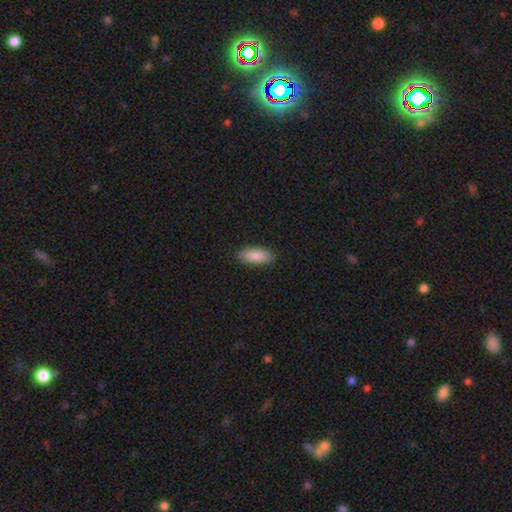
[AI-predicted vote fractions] Smooth or featured? smooth (87%)
How rounded? in between (79%)
Merging? none (89%)